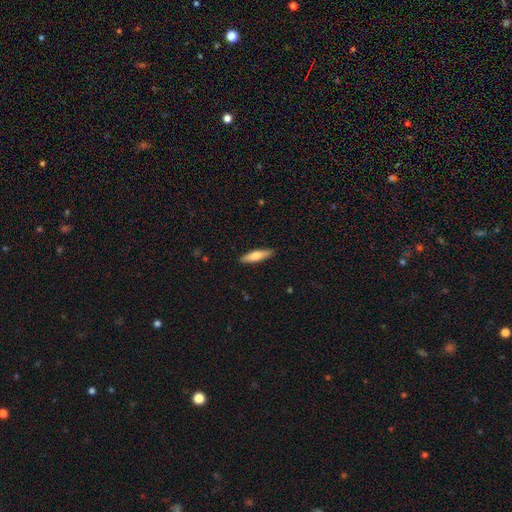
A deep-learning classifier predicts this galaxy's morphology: Q: Smooth or featured?
A: smooth (64%); runner-up: featured or disk (31%)
Q: How rounded?
A: cigar-shaped (71%); runner-up: in between (28%)
Q: Merging?
A: none (90%); runner-up: minor disturbance (7%)